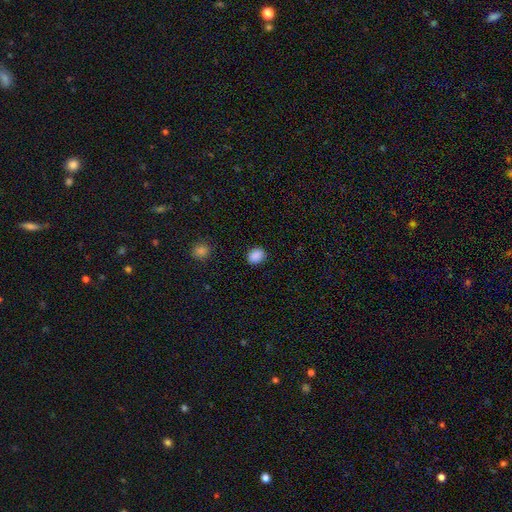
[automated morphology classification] This is clearly a smooth galaxy (88%). How rounded: possibly round (50%). Merging: clearly none (88%).